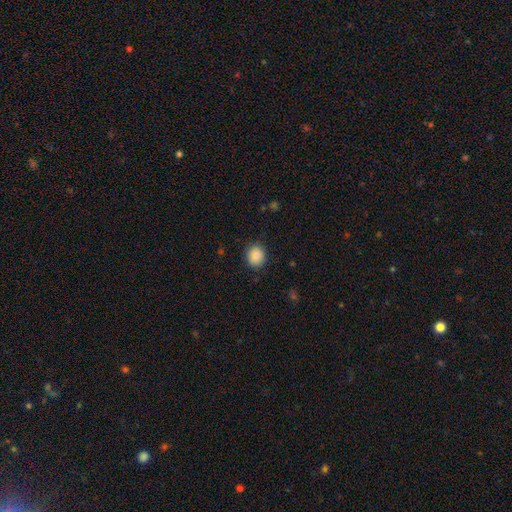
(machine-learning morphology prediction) smooth-or-featured: smooth: 83% | star or artifact: 9% | featured or disk: 8%
  how-rounded: round: 78% | in between: 21% | cigar-shaped: 1%
  merging: none: 87% | minor disturbance: 10% | major disturbance: 2% | merger: 1%